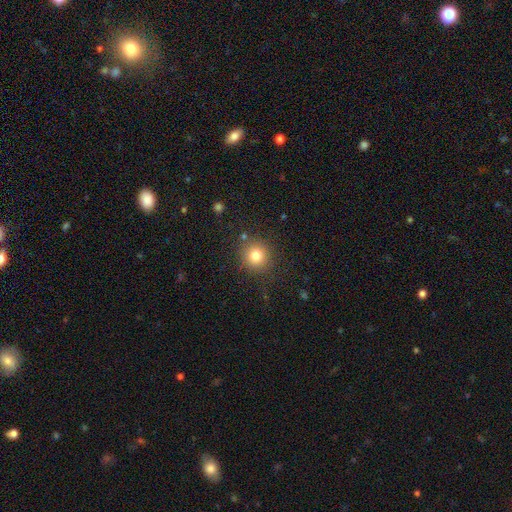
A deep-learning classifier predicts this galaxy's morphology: smooth 80%, star or artifact 13%, featured or disk 7%. Down the decision tree: how rounded — round (91%); merging — none (85%).